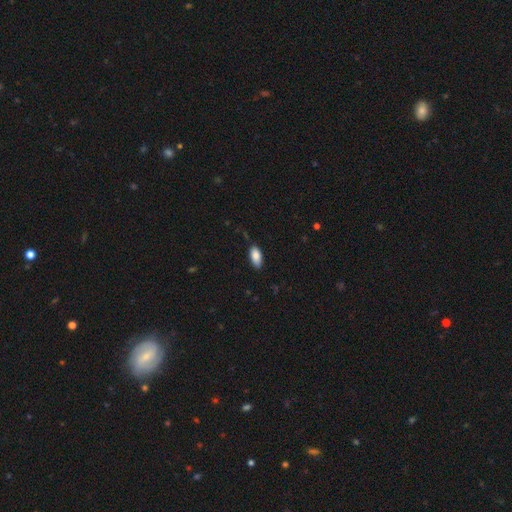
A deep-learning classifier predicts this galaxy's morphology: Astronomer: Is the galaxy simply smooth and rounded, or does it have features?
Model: smooth — 86%.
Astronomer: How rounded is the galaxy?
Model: in between — 92%.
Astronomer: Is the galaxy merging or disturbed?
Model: none — 82%.